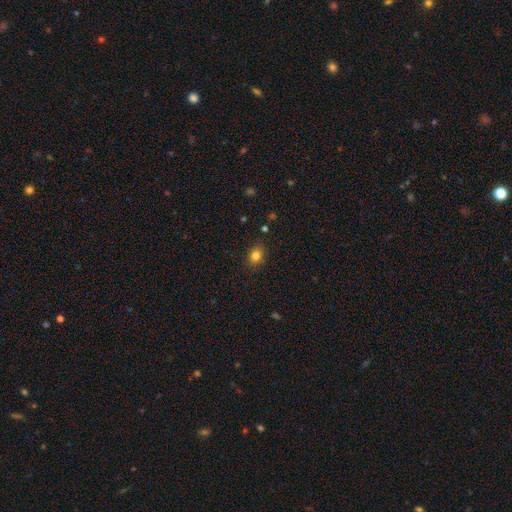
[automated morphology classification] Smooth or featured? Predicted: smooth (p=0.82). How rounded? Predicted: in between (p=0.55). Merging? Predicted: none (p=0.83).